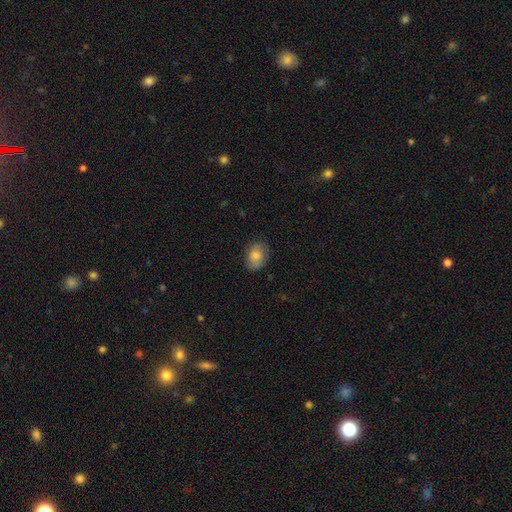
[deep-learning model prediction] The model was most divided on "how rounded": in between: 69%, round: 30%, cigar-shaped: 1%. More confident: merging — none (77%); smooth or featured — smooth (77%).